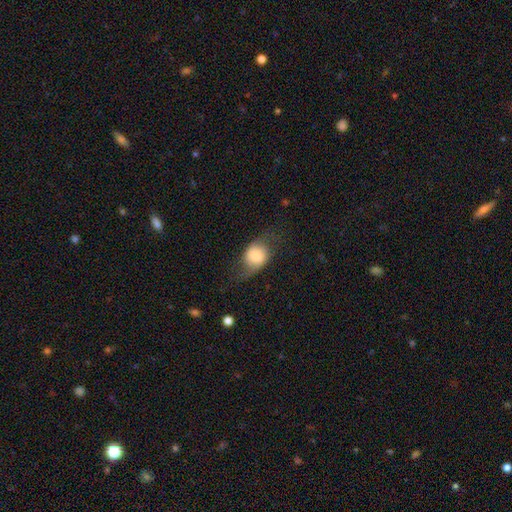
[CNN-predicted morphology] smooth-or-featured: smooth: 57% | featured or disk: 34% | star or artifact: 9%
  how-rounded: in between: 53% | round: 45% | cigar-shaped: 2%
  merging: none: 57% | minor disturbance: 25% | major disturbance: 17% | merger: 2%